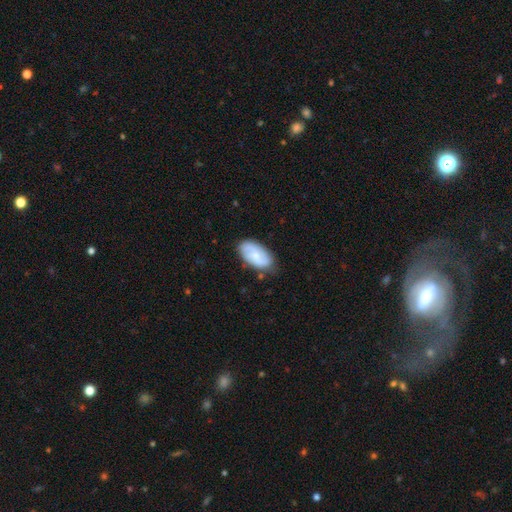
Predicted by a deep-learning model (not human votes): smooth 51%, featured or disk 43%, star or artifact 6%. Down the decision tree: how rounded — in between (93%); merging — none (74%).